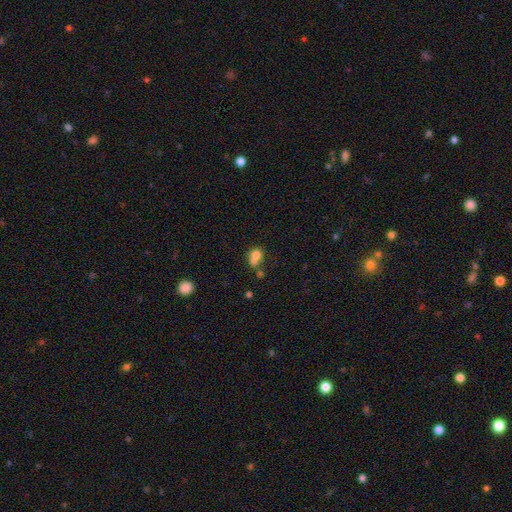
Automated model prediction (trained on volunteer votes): A smooth galaxy with no disk features (73%) that is round (59%). Merging: merger (56%).